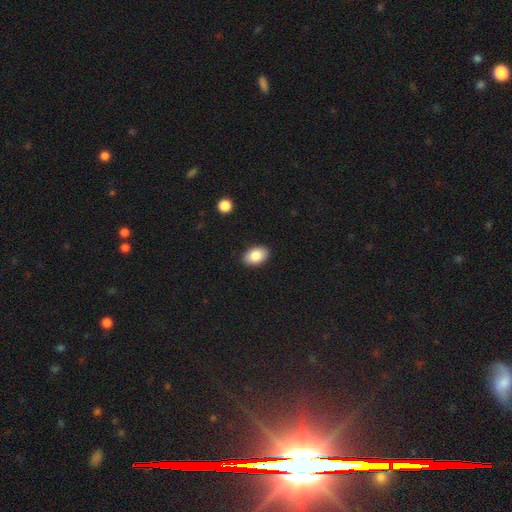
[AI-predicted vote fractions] Q: Smooth or featured?
A: smooth (86%); runner-up: star or artifact (7%)
Q: How rounded?
A: in between (89%); runner-up: round (10%)
Q: Merging?
A: none (89%); runner-up: minor disturbance (8%)